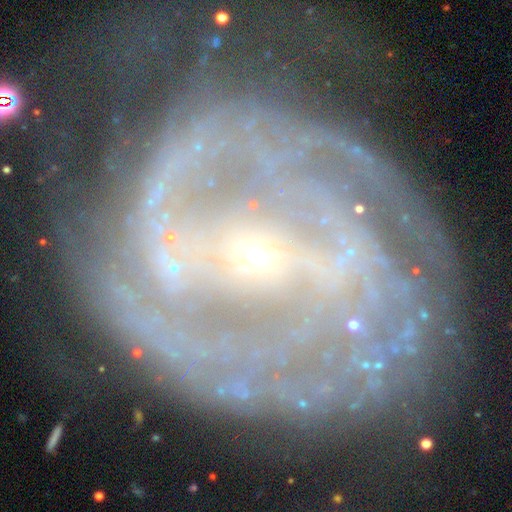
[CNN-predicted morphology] Smooth or featured? Predicted: featured or disk (p=0.87). Edge-on disk? Predicted: no (p=0.97). Bar? Predicted: strong (p=0.37). Spiral arms? Predicted: yes (p=0.90). Spiral winding? Predicted: tight (p=0.54). Spiral arm count? Predicted: 2 (p=0.41). Bulge size? Predicted: small (p=0.86). Merging? Predicted: none (p=0.57).